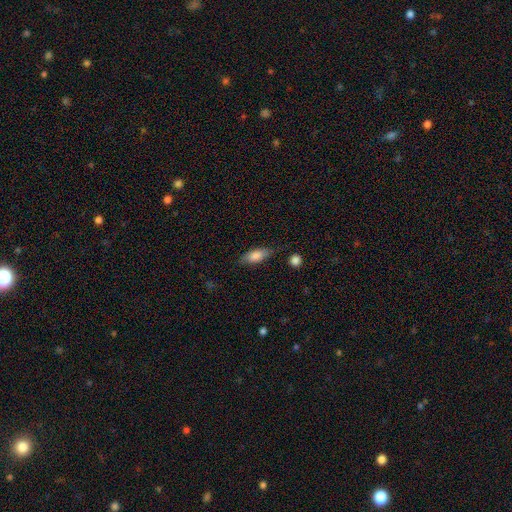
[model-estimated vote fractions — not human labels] Morphology: type=smooth (79%); roundness=in between (77%); merging=none (72%).